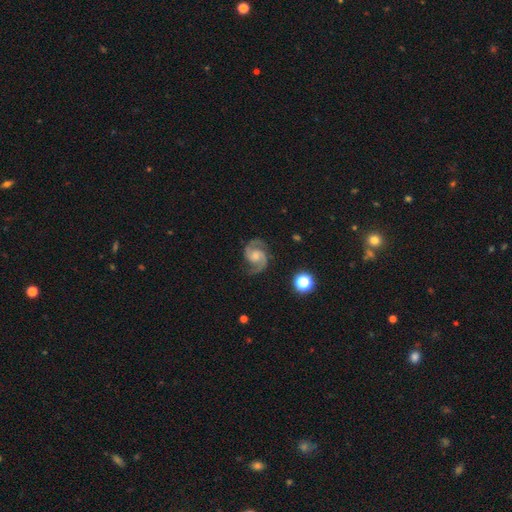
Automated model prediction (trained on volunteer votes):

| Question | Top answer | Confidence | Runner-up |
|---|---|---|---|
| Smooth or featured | featured or disk | 92% | star or artifact (5%) |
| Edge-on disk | no | 98% | yes (2%) |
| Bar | no | 55% | weak (37%) |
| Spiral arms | yes | 99% | no (1%) |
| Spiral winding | medium | 64% | tight (21%) |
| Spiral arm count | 2 | 94% | can't tell (1%) |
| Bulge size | small | 41% | moderate (40%) |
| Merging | none | 81% | minor disturbance (13%) |